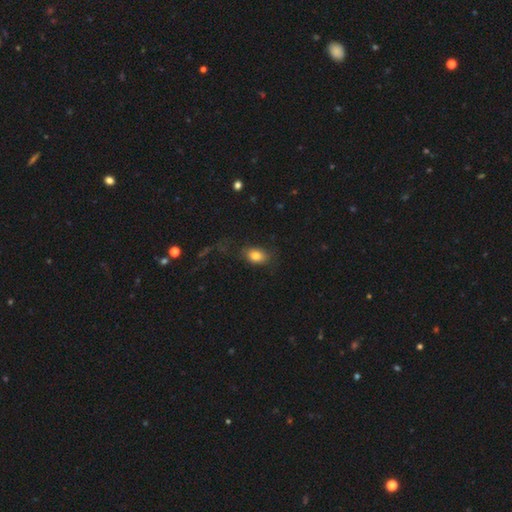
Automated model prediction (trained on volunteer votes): A smooth galaxy with no disk features (81%) that is in between round and cigar-shaped (79%).

Vote fractions:
- Smooth or featured? smooth: 81% / star or artifact: 10% / featured or disk: 10%
- How rounded? in between: 79% / round: 19% / cigar-shaped: 2%
- Merging? none: 77% / minor disturbance: 15% / major disturbance: 7% / merger: 2%